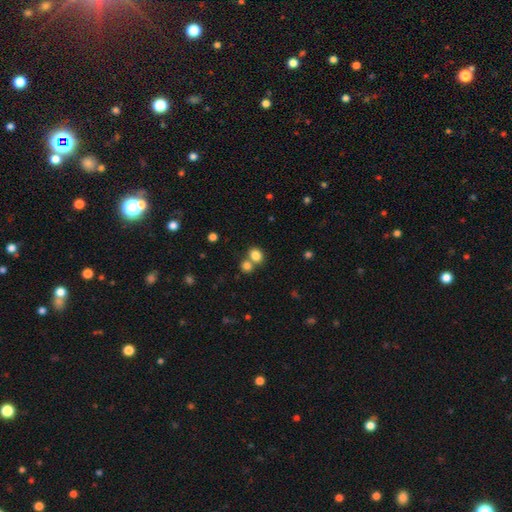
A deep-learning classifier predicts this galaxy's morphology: A smooth galaxy with no disk features (82%) that is round (63%).

Vote fractions:
- Smooth or featured? smooth: 82% / star or artifact: 11% / featured or disk: 7%
- How rounded? round: 63% / in between: 36% / cigar-shaped: 1%
- Merging? none: 51% / merger: 38% / minor disturbance: 8% / major disturbance: 3%